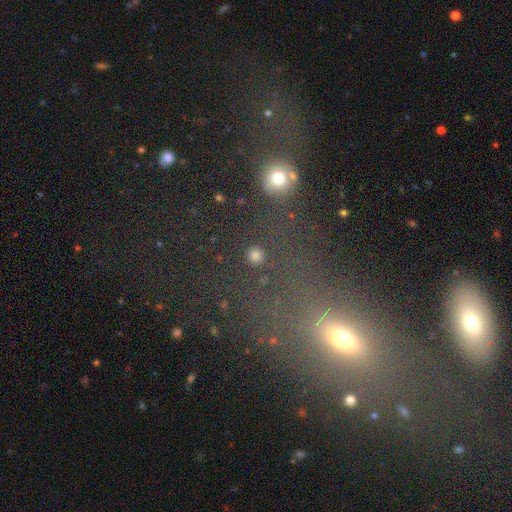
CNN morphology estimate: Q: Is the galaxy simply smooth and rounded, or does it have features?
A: smooth — 74%.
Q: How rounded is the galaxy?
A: round — 92%.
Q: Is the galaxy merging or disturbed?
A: none — 86%.